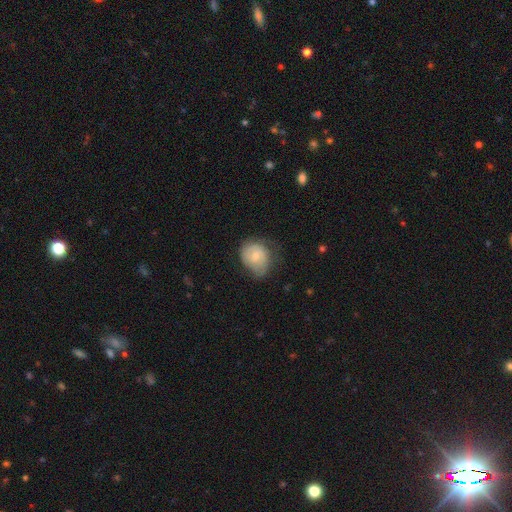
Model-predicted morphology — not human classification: Smooth or featured?
  - smooth: 58% *
  - featured or disk: 35%
  - star or artifact: 7%
How rounded?
  - round: 58% *
  - in between: 41%
  - cigar-shaped: 1%
Merging?
  - none: 45% *
  - minor disturbance: 36%
  - major disturbance: 17%
  - merger: 2%